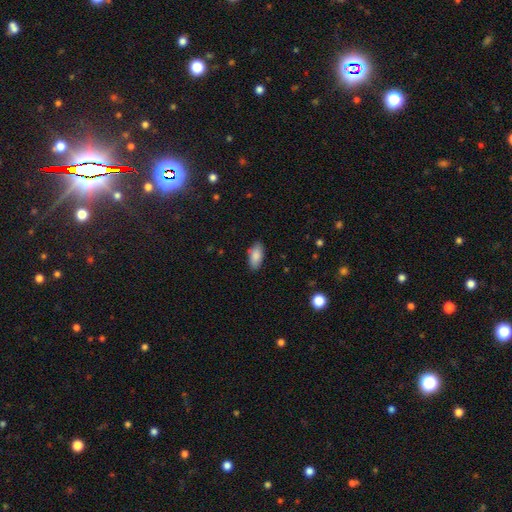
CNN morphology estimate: type=smooth (87%); roundness=in between (92%); merging=none (85%).